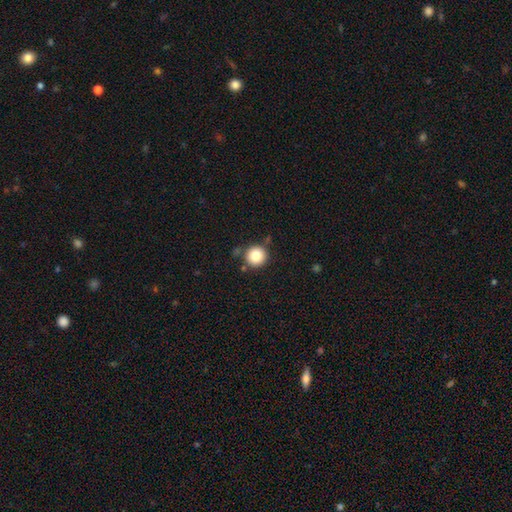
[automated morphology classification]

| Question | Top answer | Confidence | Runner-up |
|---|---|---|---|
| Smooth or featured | smooth | 83% | star or artifact (10%) |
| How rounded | round | 95% | in between (4%) |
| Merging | none | 82% | minor disturbance (10%) |